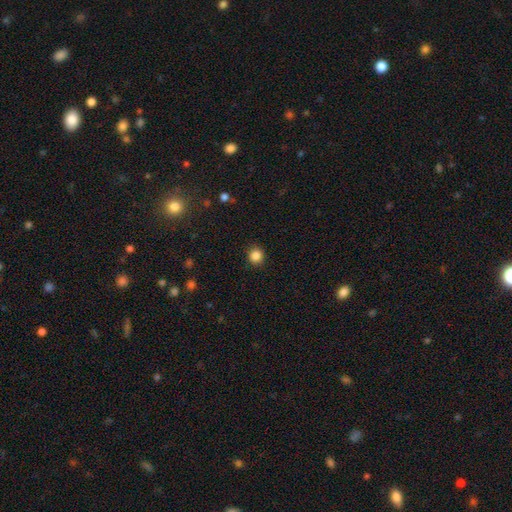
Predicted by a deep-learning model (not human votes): This appears to be a smooth galaxy with no disk features (86%) that is round (87%). Merging: none (89%).